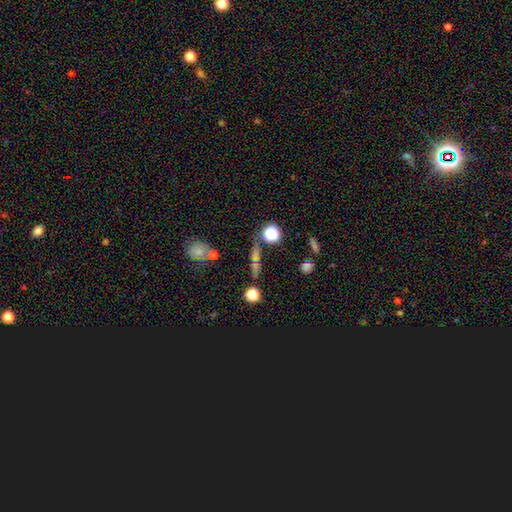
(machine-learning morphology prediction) A smooth galaxy with no disk features (37%).

Vote fractions:
- Smooth or featured? smooth: 37% / featured or disk: 34% / star or artifact: 30%
- Merging? none: 67% / merger: 14% / minor disturbance: 12% / major disturbance: 7%